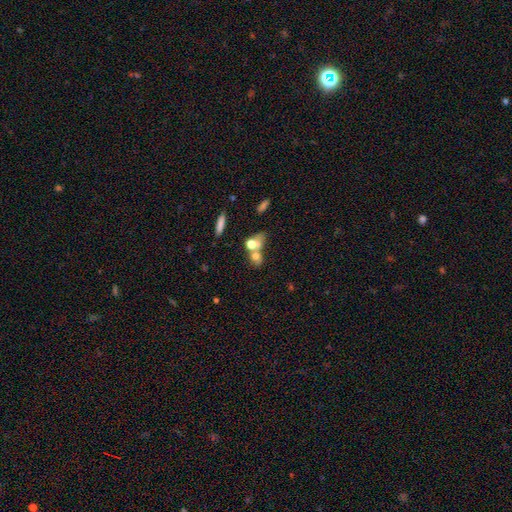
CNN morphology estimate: This is possibly a smooth galaxy (50%). Merging: possibly none (46%).